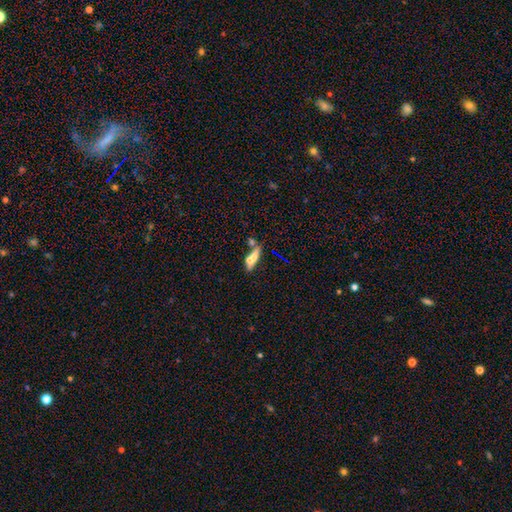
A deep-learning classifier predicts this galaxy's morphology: The model was most divided on "merging": none: 41%, merger: 36%, minor disturbance: 14%, major disturbance: 9%. More confident: how rounded — cigar-shaped (58%); smooth or featured — smooth (52%).